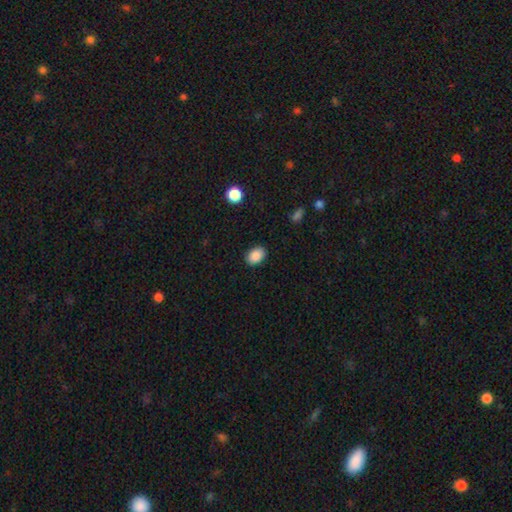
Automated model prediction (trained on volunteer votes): smooth 89%, star or artifact 8%, featured or disk 3%. Down the decision tree: how rounded — in between (81%); merging — none (88%).